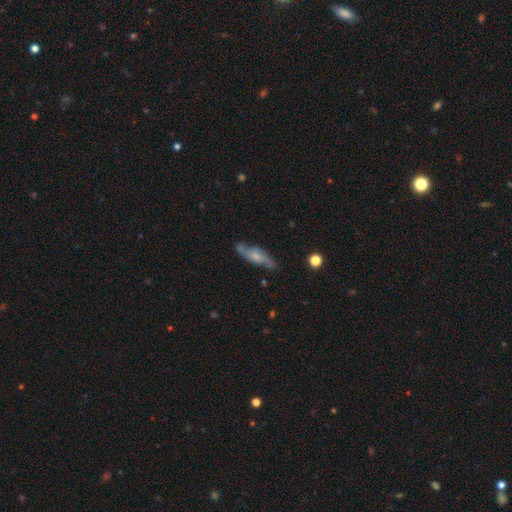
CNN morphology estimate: A featured or disk galaxy (58%).

Vote fractions:
- Smooth or featured? featured or disk: 58% / smooth: 35% / star or artifact: 7%
- Edge-on disk? no: 65% / yes: 35%
- Merging? none: 74% / minor disturbance: 19% / major disturbance: 5% / merger: 3%